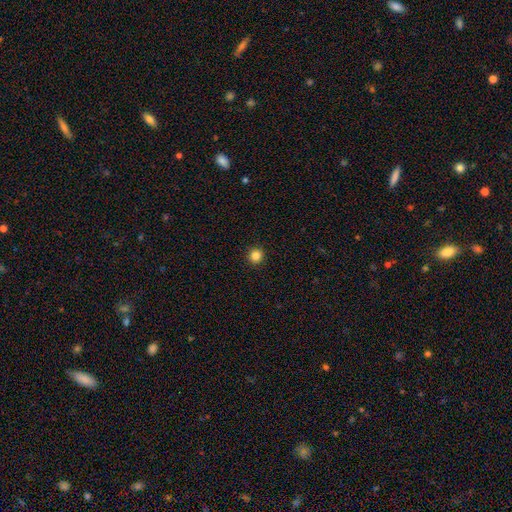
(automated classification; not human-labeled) Smooth or featured?
  - smooth: 84% *
  - star or artifact: 12%
  - featured or disk: 4%
How rounded?
  - round: 95% *
  - in between: 4%
  - cigar-shaped: 1%
Merging?
  - none: 93% *
  - minor disturbance: 4%
  - major disturbance: 1%
  - merger: 1%